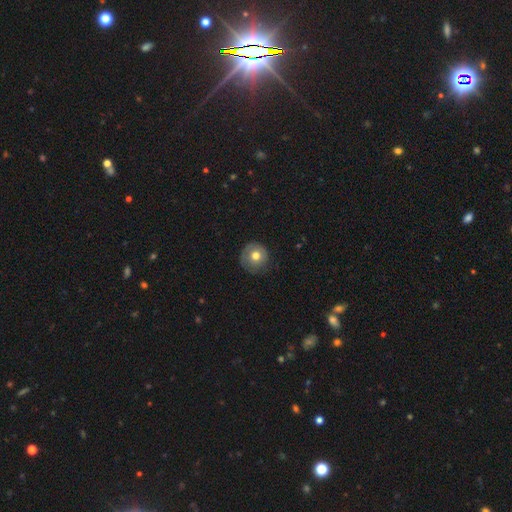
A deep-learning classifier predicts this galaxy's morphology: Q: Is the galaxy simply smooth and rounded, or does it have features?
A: smooth — 65%.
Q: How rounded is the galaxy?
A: round — 94%.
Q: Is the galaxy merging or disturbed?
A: none — 78%.